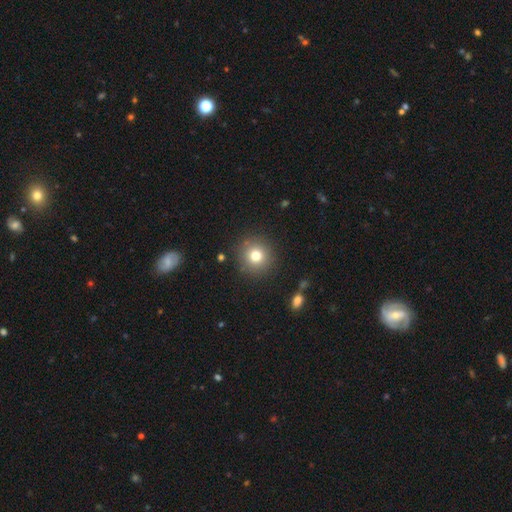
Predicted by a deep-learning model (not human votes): A smooth galaxy with no disk features (76%) that is round (94%).

Vote fractions:
- Smooth or featured? smooth: 76% / star or artifact: 13% / featured or disk: 10%
- How rounded? round: 94% / in between: 5% / cigar-shaped: 1%
- Merging? none: 89% / minor disturbance: 7% / major disturbance: 3% / merger: 2%